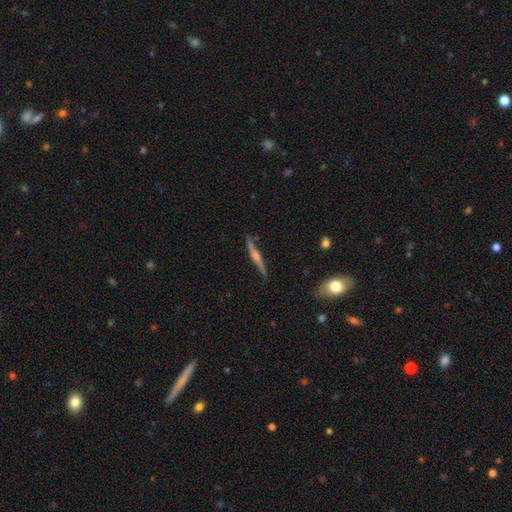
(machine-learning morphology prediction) This is likely a featured or disk galaxy (72%). It is clearly viewed edge-on (97%). Edge-on bulge: likely rounded (80%). Merging: clearly none (87%).